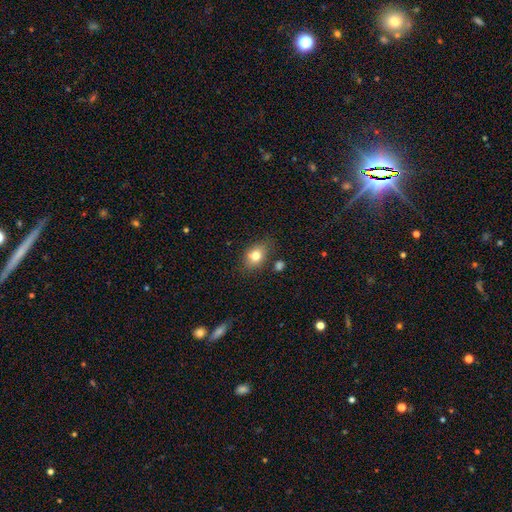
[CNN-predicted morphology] Smooth or featured?
  - smooth: 77% *
  - featured or disk: 13%
  - star or artifact: 10%
How rounded?
  - in between: 68% *
  - round: 30%
  - cigar-shaped: 2%
Merging?
  - none: 74% *
  - minor disturbance: 16%
  - merger: 6%
  - major disturbance: 4%